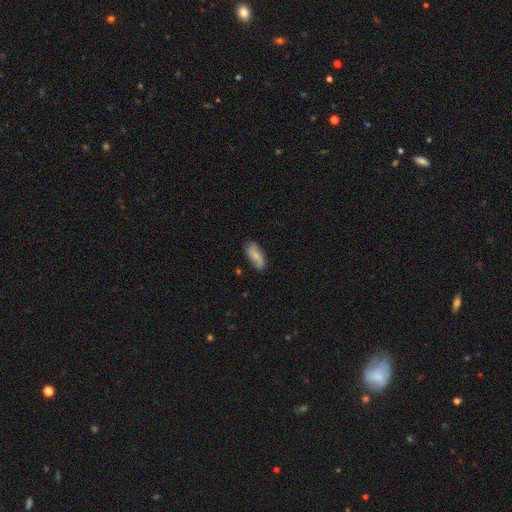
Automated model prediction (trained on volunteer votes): Overall: smooth (59%; featured or disk 34%). How rounded: in between (78%). Merging: none (77%).